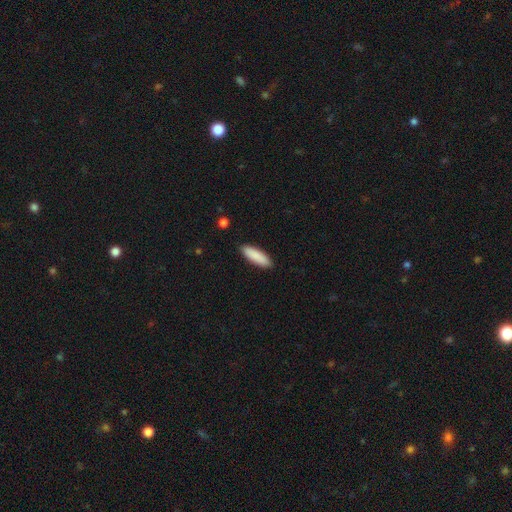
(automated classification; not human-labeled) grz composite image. It shows a smooth galaxy with no disk features (89%) that is in between round and cigar-shaped (50%). Merging: none (90%).